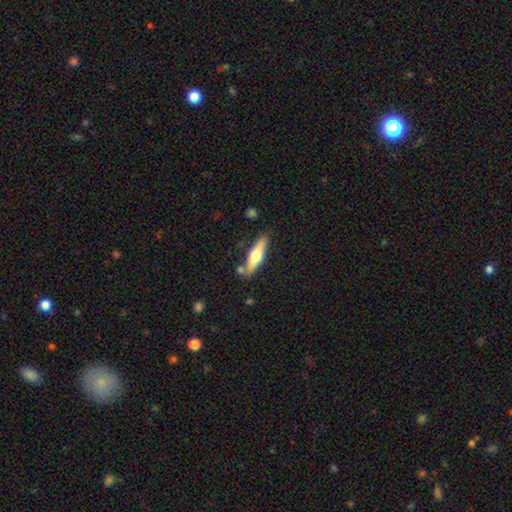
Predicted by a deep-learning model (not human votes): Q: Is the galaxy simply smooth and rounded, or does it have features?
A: smooth — 48%.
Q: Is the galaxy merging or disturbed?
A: none — 79%.